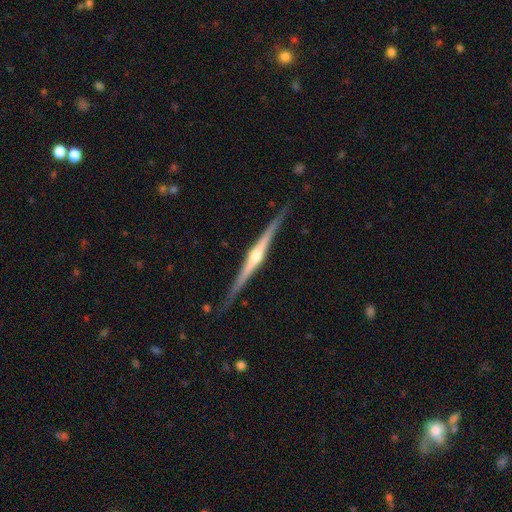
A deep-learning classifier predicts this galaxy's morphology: featured or disk 85%, smooth 11%, star or artifact 5%. Down the decision tree: edge-on disk — yes (98%); edge-on bulge — rounded (88%); merging — none (87%).